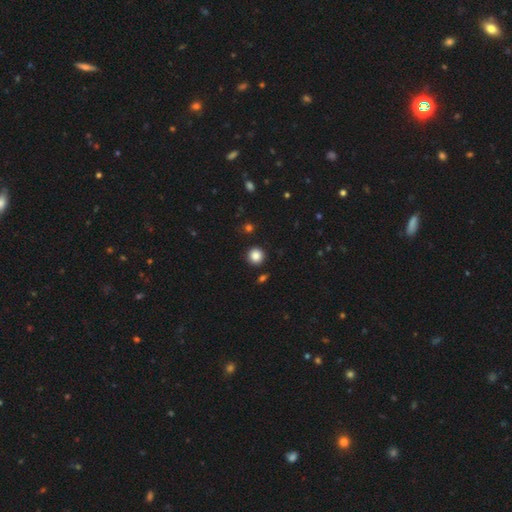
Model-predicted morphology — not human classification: A smooth galaxy with no disk features (86%) that is round (94%).

Vote fractions:
- Smooth or featured? smooth: 86% / star or artifact: 11% / featured or disk: 4%
- How rounded? round: 94% / in between: 5% / cigar-shaped: 1%
- Merging? none: 91% / minor disturbance: 5% / merger: 2% / major disturbance: 2%